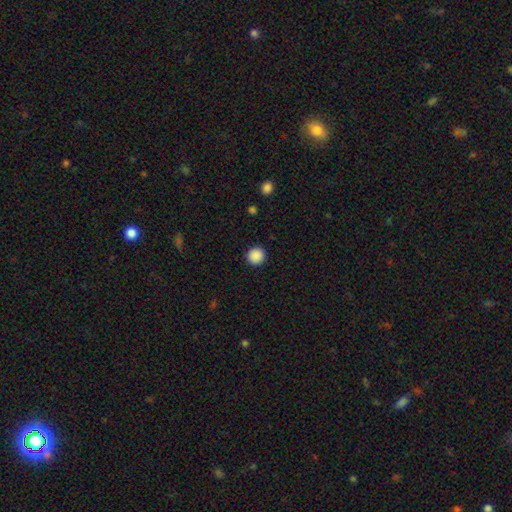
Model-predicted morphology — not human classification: Smooth or featured? Predicted: smooth (p=0.88). How rounded? Predicted: round (p=0.95). Merging? Predicted: none (p=0.93).